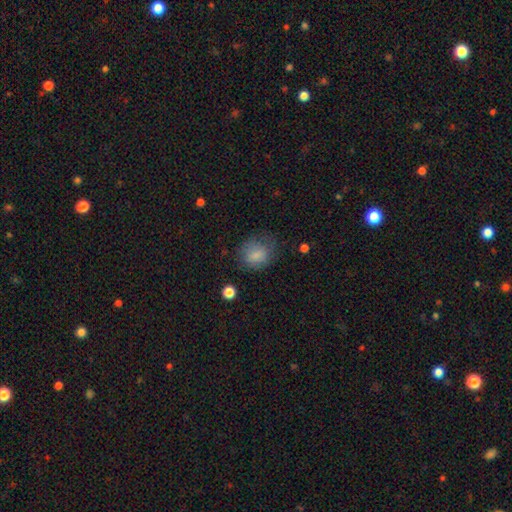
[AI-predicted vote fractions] Overall: smooth (81%). How rounded: round (60%; in between 39%). Merging: none (62%; minor disturbance 24%).